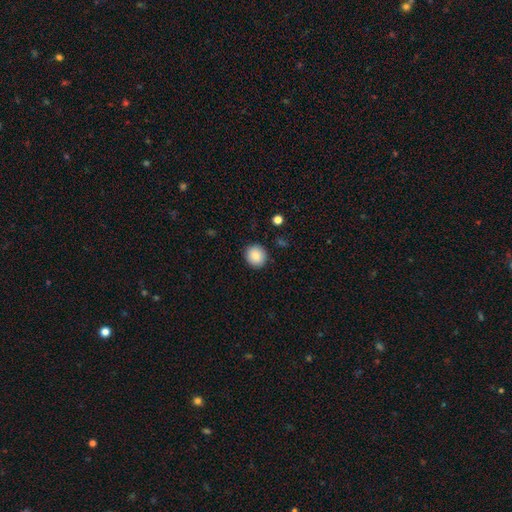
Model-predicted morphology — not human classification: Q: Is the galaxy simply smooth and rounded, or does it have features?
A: smooth — 86%.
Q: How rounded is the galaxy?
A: round — 90%.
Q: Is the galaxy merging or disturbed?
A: none — 91%.